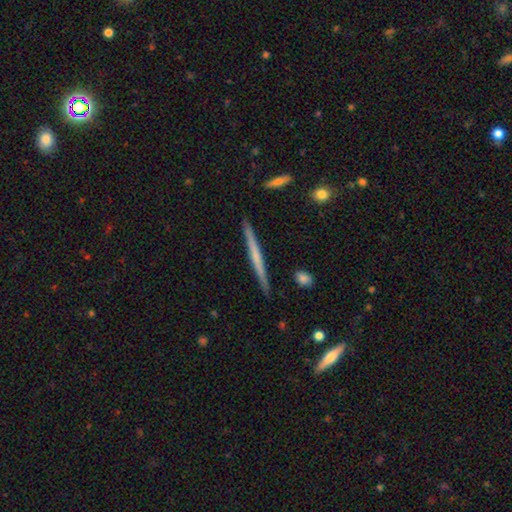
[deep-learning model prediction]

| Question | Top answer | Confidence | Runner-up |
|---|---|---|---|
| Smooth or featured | featured or disk | 55% | smooth (39%) |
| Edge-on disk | yes | 98% | no (2%) |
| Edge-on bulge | none | 79% | rounded (15%) |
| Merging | none | 90% | minor disturbance (8%) |